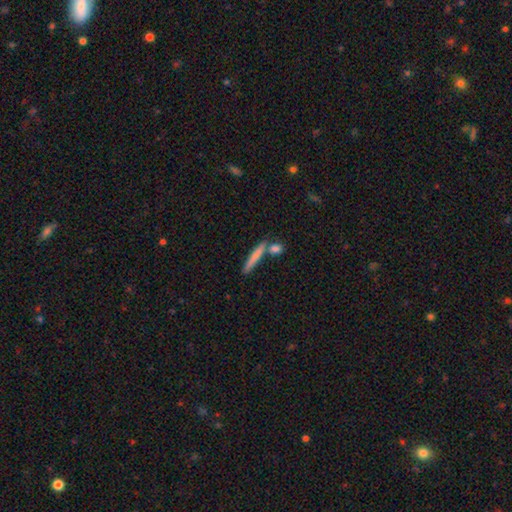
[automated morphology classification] Smooth or featured?
  - smooth: 72% *
  - featured or disk: 21%
  - star or artifact: 7%
How rounded?
  - cigar-shaped: 91% *
  - in between: 6%
  - round: 3%
Merging?
  - none: 70% *
  - merger: 16%
  - minor disturbance: 10%
  - major disturbance: 3%